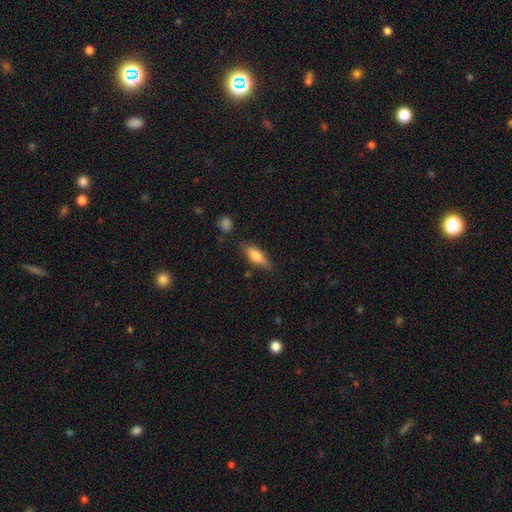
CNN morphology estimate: smooth 69%, featured or disk 24%, star or artifact 6%. Down the decision tree: how rounded — in between (57%); merging — none (78%).